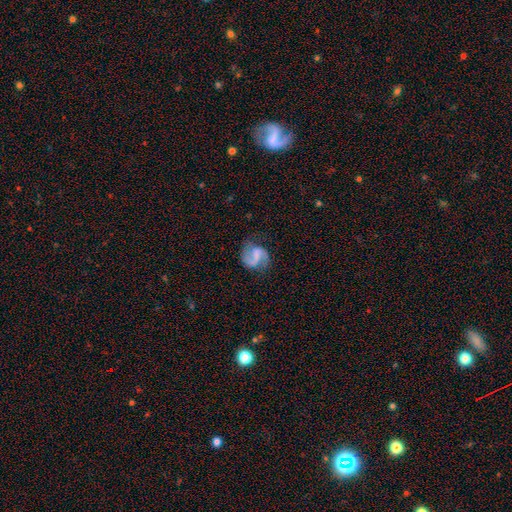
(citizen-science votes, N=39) This appears to be a featured or disk galaxy (79%) with a strong bar (39%), 2 (93%) loose (52%) spiral arms (87%) and no central bulge (65%). Merging: none (53%).